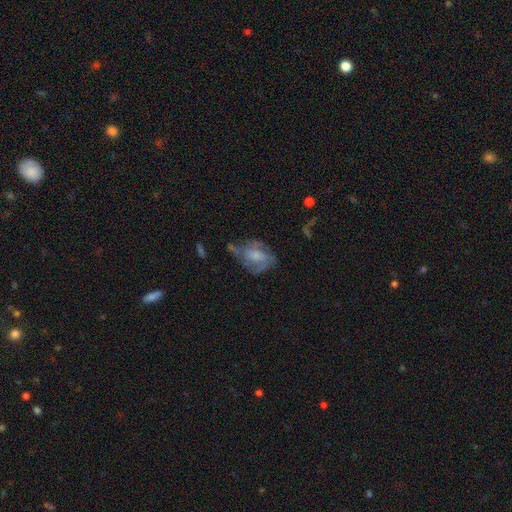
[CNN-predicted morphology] This appears to be a featured or disk galaxy (60%) with no bar (66%), spiral arms (67%) and a moderate central bulge (37%). Merging: none (45%).